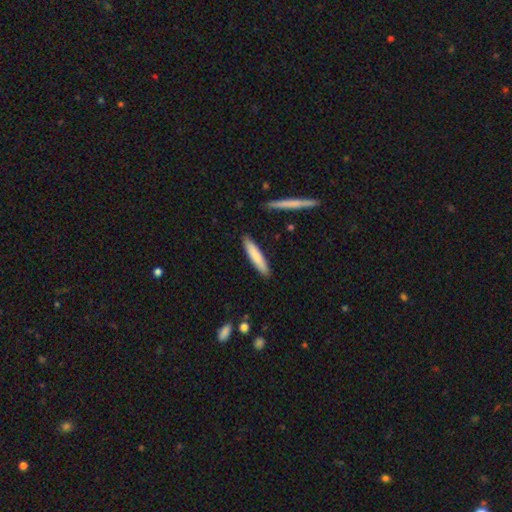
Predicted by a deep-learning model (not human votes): Overall: smooth (78%). How rounded: cigar-shaped (87%). Merging: none (90%).